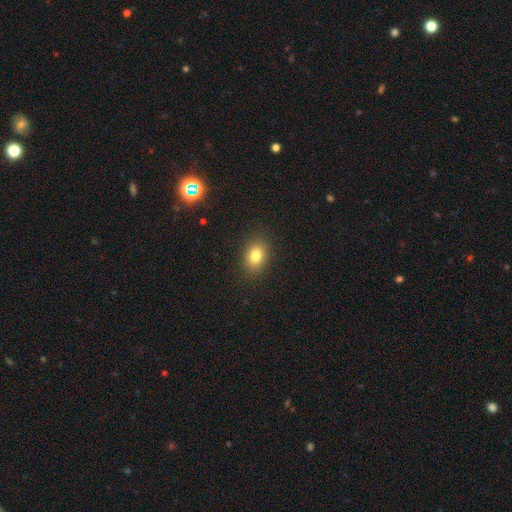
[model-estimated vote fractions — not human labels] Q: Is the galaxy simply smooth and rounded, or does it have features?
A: smooth — 80%.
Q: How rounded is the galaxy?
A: in between — 66%.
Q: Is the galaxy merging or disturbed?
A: none — 88%.